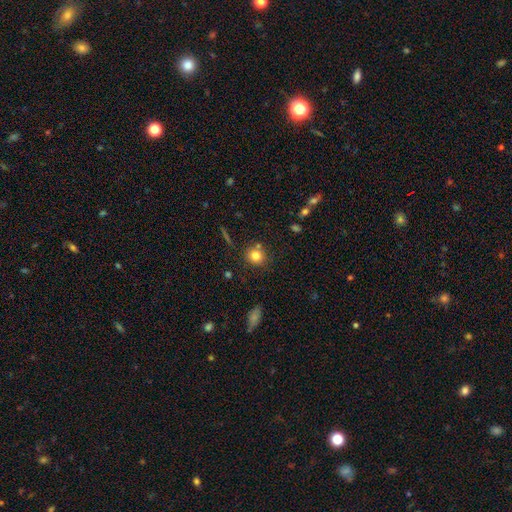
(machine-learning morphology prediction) smooth 79%, star or artifact 12%, featured or disk 8%. Down the decision tree: how rounded — round (83%); merging — none (77%).